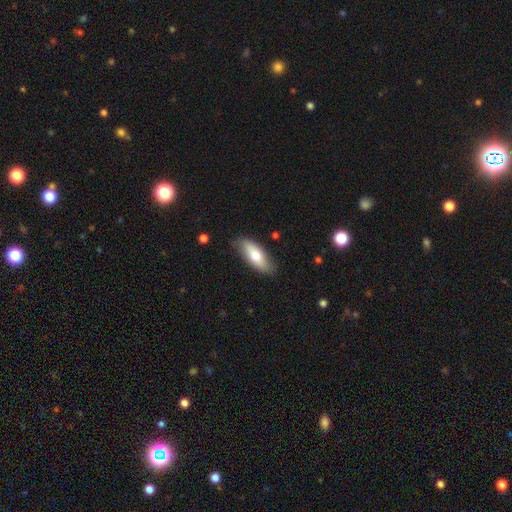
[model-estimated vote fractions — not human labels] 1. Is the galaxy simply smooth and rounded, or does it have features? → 71% smooth, 23% featured or disk, 6% star or artifact.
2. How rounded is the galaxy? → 72% in between, 26% cigar-shaped, 2% round.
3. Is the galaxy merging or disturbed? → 82% none, 14% minor disturbance, 2% major disturbance, 1% merger.